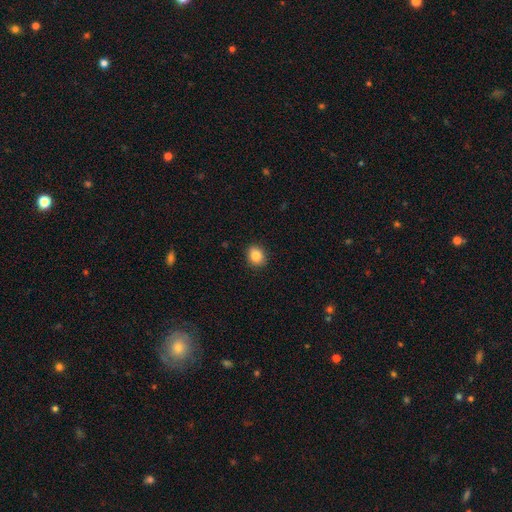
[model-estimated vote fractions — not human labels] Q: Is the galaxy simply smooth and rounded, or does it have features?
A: smooth — 86%.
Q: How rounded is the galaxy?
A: round — 61%.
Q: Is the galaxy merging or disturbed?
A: none — 90%.